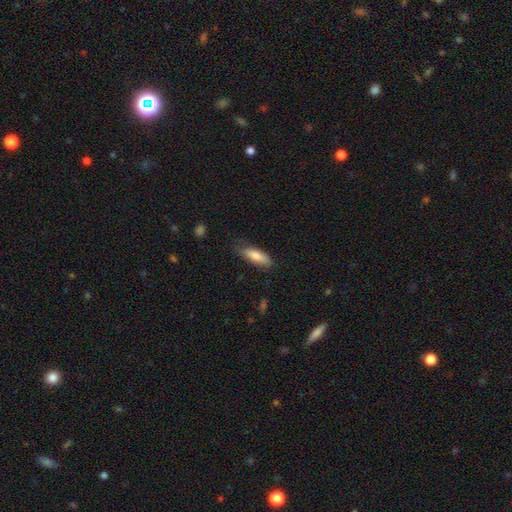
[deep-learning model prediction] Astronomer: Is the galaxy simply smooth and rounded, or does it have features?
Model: smooth — 80%.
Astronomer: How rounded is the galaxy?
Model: in between — 54% (runner-up: cigar-shaped, 44%).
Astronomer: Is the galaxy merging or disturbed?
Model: none — 69%.